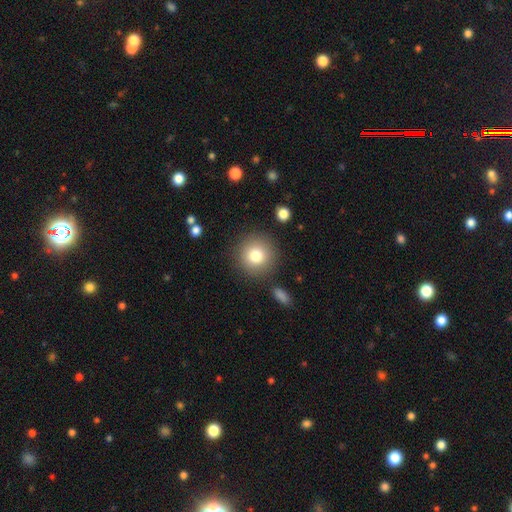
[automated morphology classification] smooth 79%, star or artifact 10%, featured or disk 10%. Down the decision tree: how rounded — round (94%); merging — none (86%).